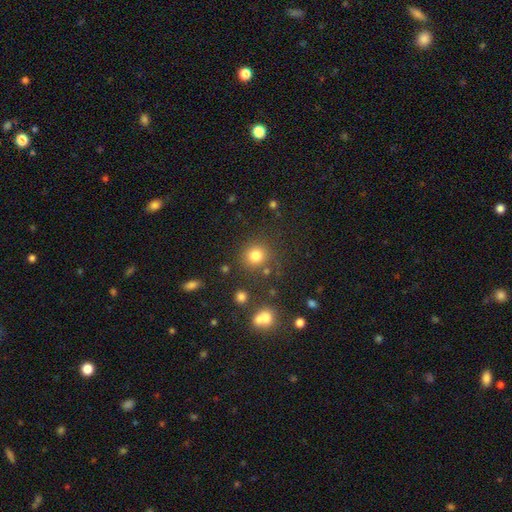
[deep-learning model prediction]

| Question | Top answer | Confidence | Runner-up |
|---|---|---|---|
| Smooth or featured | smooth | 79% | star or artifact (14%) |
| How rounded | round | 89% | in between (10%) |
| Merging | none | 81% | minor disturbance (9%) |